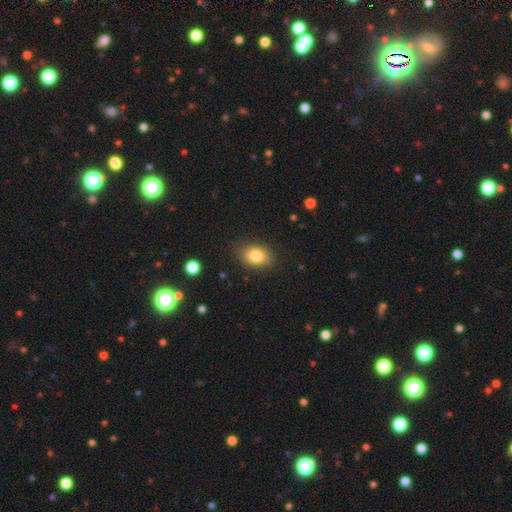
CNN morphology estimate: Smooth or featured?
  - smooth: 83% *
  - star or artifact: 9%
  - featured or disk: 8%
How rounded?
  - in between: 74% *
  - round: 25%
  - cigar-shaped: 1%
Merging?
  - none: 84% *
  - minor disturbance: 12%
  - major disturbance: 3%
  - merger: 1%